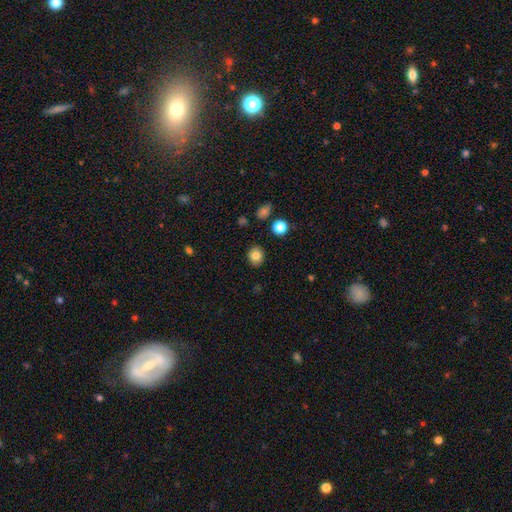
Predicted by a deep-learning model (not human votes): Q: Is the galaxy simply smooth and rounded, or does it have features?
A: smooth — 82%.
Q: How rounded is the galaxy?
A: round — 73%.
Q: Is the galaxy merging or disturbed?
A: none — 89%.